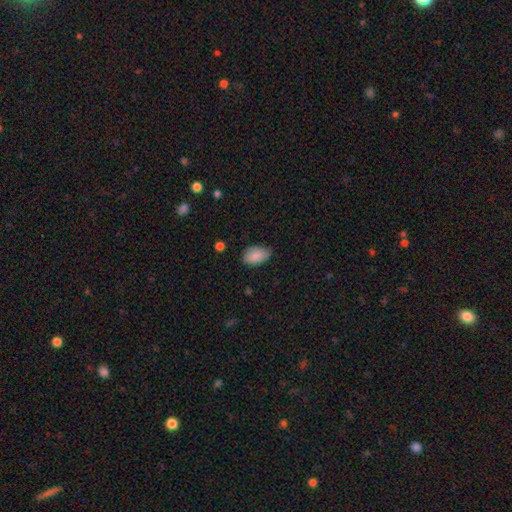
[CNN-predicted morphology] A smooth galaxy with no disk features (86%) that is in between round and cigar-shaped (93%).

Vote fractions:
- Smooth or featured? smooth: 86% / featured or disk: 7% / star or artifact: 7%
- How rounded? in between: 93% / round: 6% / cigar-shaped: 2%
- Merging? none: 69% / minor disturbance: 26% / major disturbance: 4% / merger: 1%